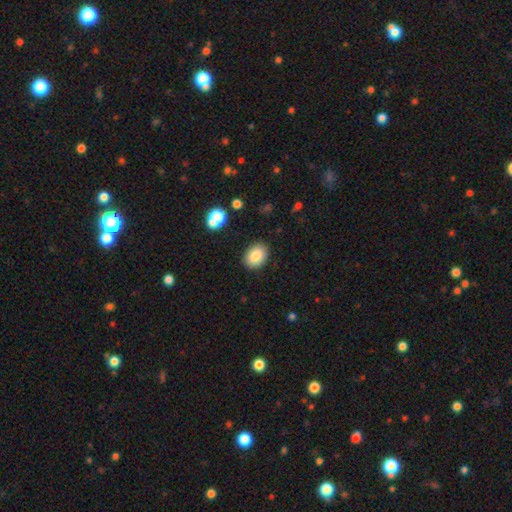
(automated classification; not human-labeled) Overall: smooth (84%). How rounded: in between (72%). Merging: none (88%).